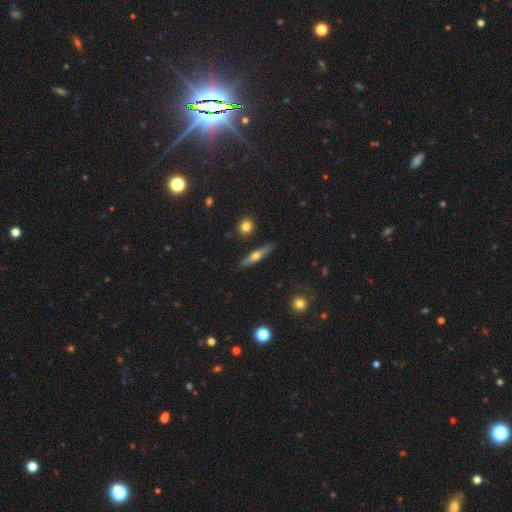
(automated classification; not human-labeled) featured or disk 50%, smooth 44%, star or artifact 7%. Down the decision tree: merging — none (86%).